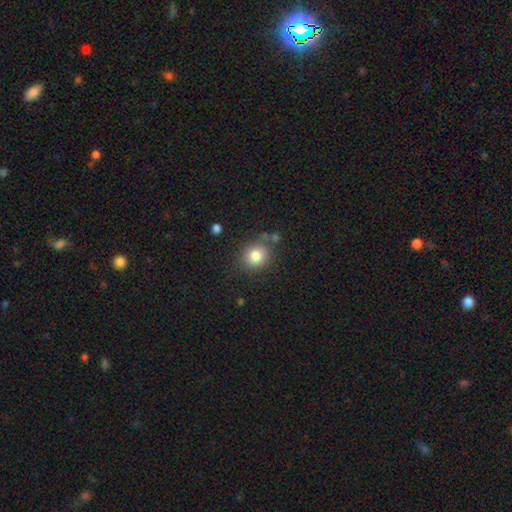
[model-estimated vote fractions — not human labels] Overall: smooth (82%). How rounded: round (81%). Merging: none (76%).